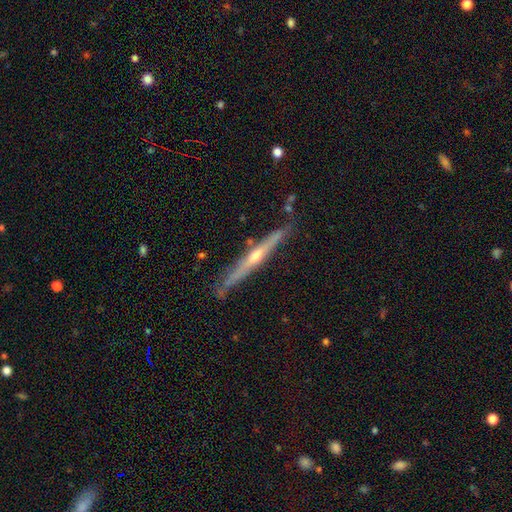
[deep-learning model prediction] Smooth or featured? Predicted: featured or disk (p=0.80). Edge-on disk? Predicted: yes (p=0.97). Edge-on bulge? Predicted: rounded (p=0.83). Merging? Predicted: none (p=0.85).